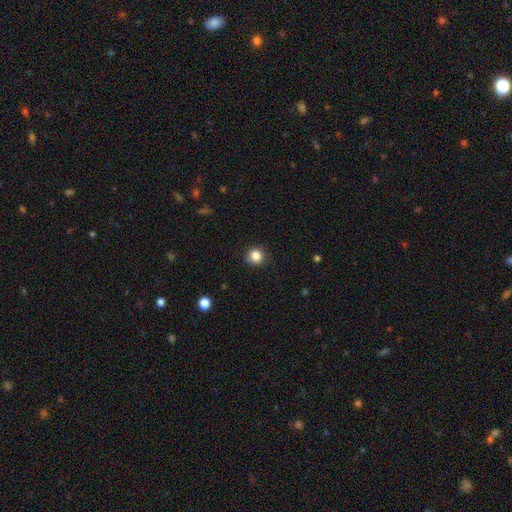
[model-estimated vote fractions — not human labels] A smooth galaxy with no disk features (84%) that is round (91%). Merging: none (87%).